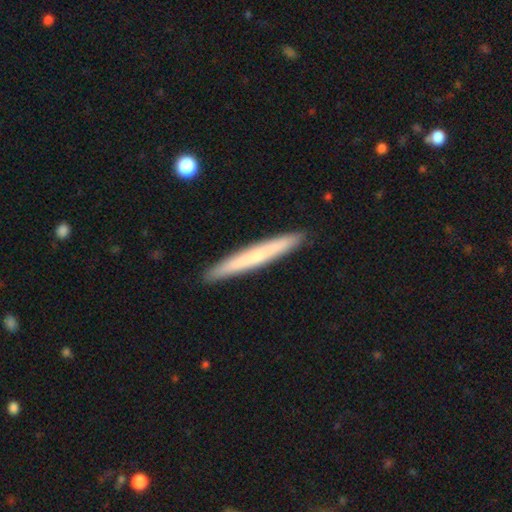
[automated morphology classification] Smooth or featured?
  - smooth: 57% *
  - featured or disk: 37%
  - star or artifact: 6%
How rounded?
  - cigar-shaped: 97% *
  - in between: 2%
  - round: 1%
Merging?
  - none: 92% *
  - minor disturbance: 6%
  - major disturbance: 1%
  - merger: 1%